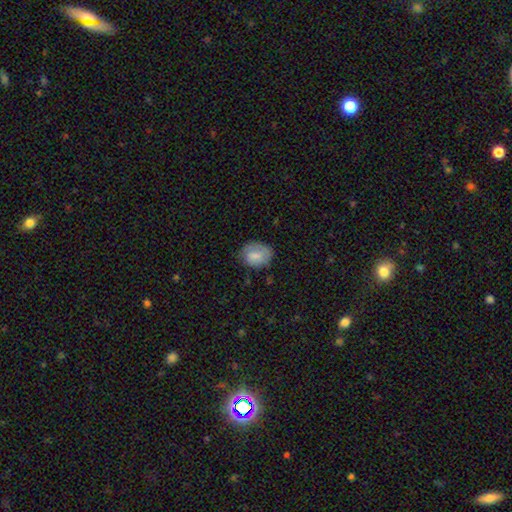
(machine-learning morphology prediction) Smooth or featured: smooth — 76% (featured or disk — 17%)
How rounded: round — 51% (in between — 48%)
Merging: none — 65% (minor disturbance — 26%)